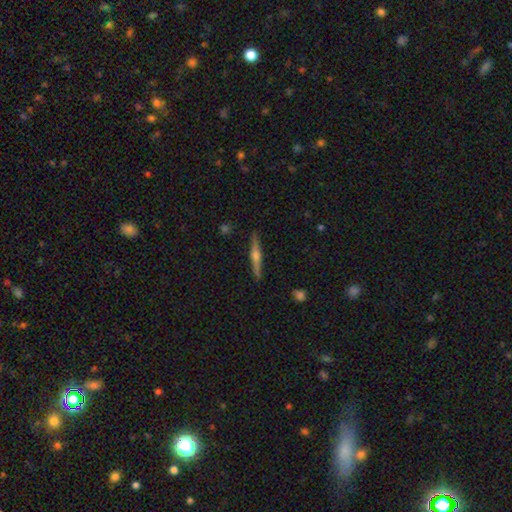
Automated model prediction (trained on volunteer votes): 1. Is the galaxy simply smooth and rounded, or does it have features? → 69% featured or disk, 25% smooth, 6% star or artifact.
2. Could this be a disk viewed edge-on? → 98% yes, 2% no.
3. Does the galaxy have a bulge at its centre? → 87% rounded, 7% none, 6% boxy.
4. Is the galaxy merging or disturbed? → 90% none, 7% minor disturbance, 1% major disturbance, 1% merger.